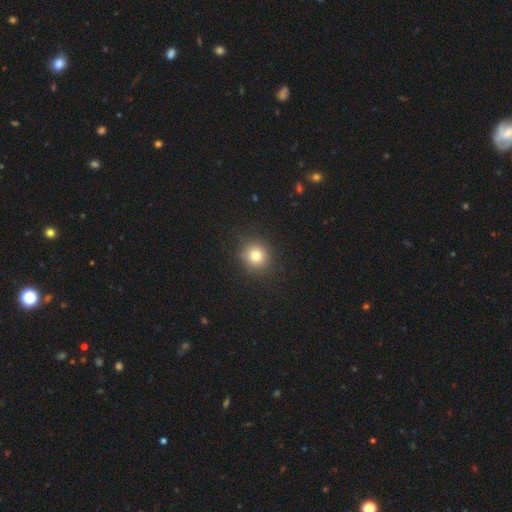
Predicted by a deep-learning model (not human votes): Morphology: type=smooth (79%); roundness=round (89%); merging=none (88%).